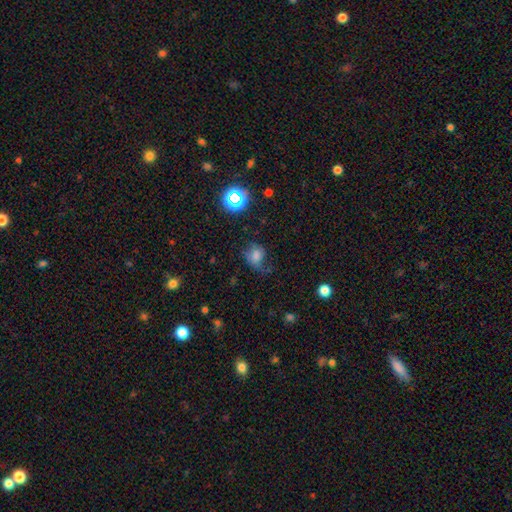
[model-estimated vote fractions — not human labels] Smooth or featured? Predicted: smooth (p=0.67). How rounded? Predicted: round (p=0.66). Merging? Predicted: none (p=0.46).